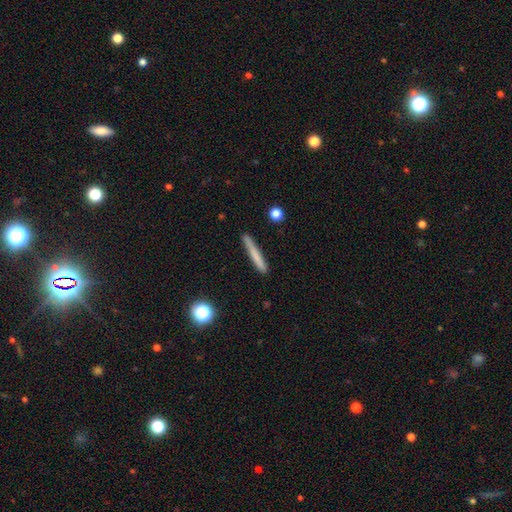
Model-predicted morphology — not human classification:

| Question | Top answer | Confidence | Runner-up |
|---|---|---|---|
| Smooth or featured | smooth | 70% | featured or disk (23%) |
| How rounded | cigar-shaped | 96% | in between (3%) |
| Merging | none | 88% | minor disturbance (8%) |